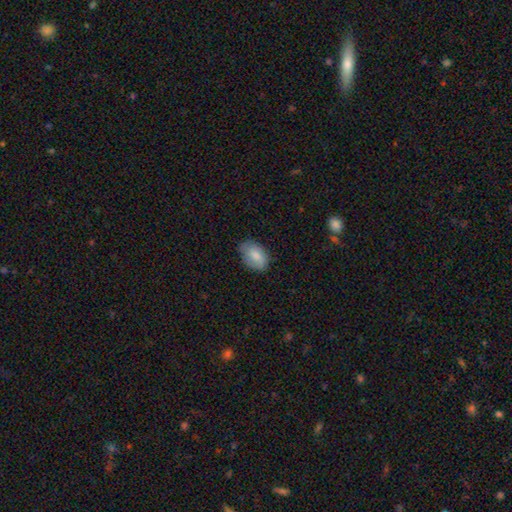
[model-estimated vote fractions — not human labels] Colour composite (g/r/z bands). It shows a smooth galaxy with no disk features (80%) that is in between round and cigar-shaped (89%). Merging: none (72%).